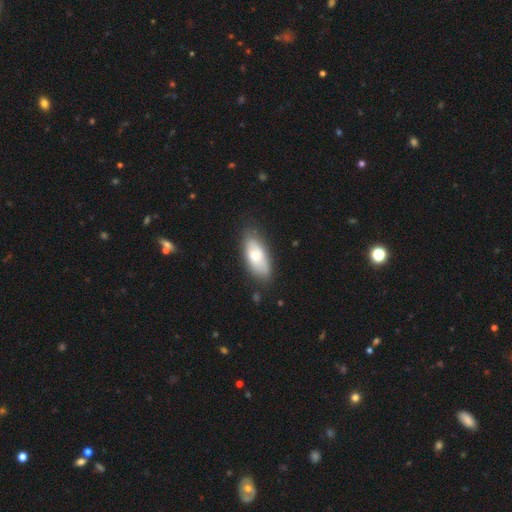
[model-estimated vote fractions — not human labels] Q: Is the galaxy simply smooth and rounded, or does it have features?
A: smooth — 69%.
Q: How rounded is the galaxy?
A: in between — 84%.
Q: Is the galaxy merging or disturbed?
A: none — 75%.